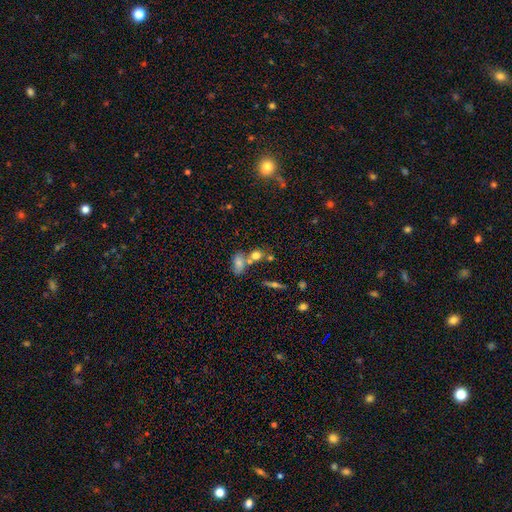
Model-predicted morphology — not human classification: Smooth or featured: smooth — 71% (featured or disk — 16%)
How rounded: round — 49% (in between — 46%)
Merging: none — 46% (merger — 39%)